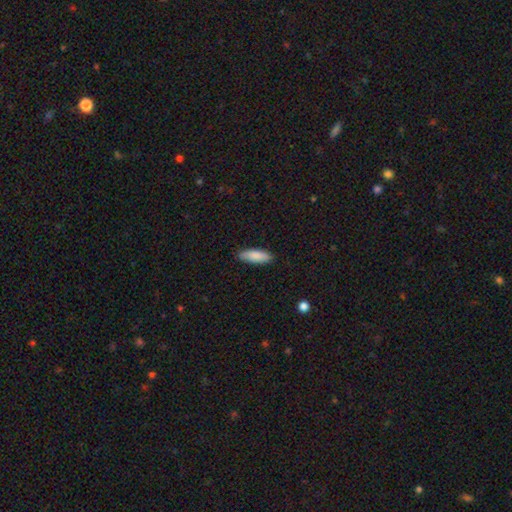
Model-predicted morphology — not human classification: A smooth galaxy with no disk features (87%) that is in between round and cigar-shaped (59%).

Vote fractions:
- Smooth or featured? smooth: 87% / featured or disk: 8% / star or artifact: 6%
- How rounded? in between: 59% / cigar-shaped: 39% / round: 2%
- Merging? none: 87% / minor disturbance: 10% / major disturbance: 2% / merger: 1%